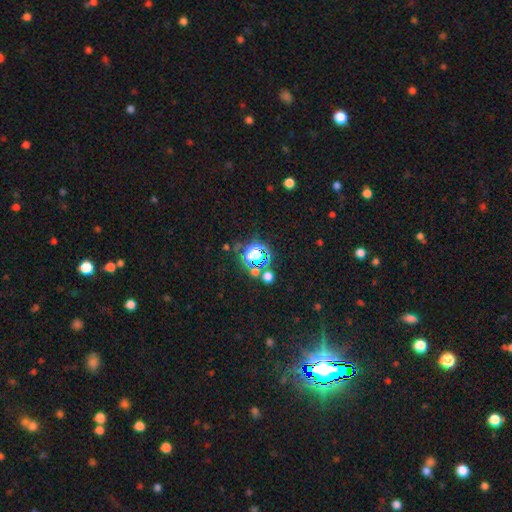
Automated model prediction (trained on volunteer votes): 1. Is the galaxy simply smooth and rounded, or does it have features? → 54% star or artifact, 35% smooth, 11% featured or disk.